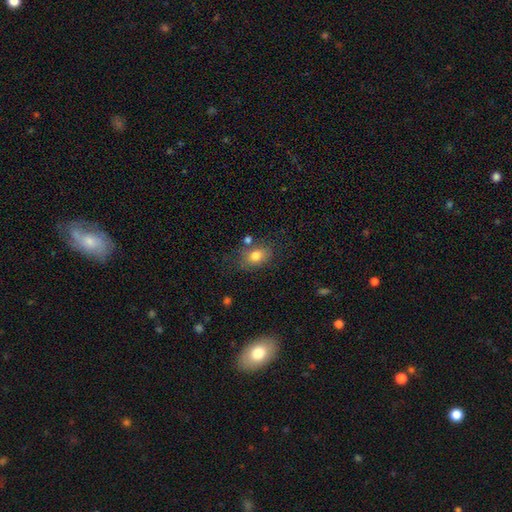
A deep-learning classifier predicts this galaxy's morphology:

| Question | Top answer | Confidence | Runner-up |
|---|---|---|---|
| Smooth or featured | smooth | 79% | featured or disk (11%) |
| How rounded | in between | 74% | round (25%) |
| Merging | none | 64% | minor disturbance (19%) |